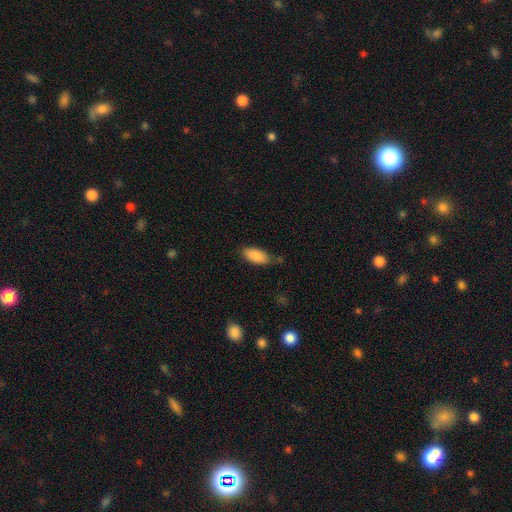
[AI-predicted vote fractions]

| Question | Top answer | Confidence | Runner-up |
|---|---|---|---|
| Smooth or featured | smooth | 87% | star or artifact (7%) |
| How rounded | in between | 90% | cigar-shaped (8%) |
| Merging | none | 73% | minor disturbance (19%) |